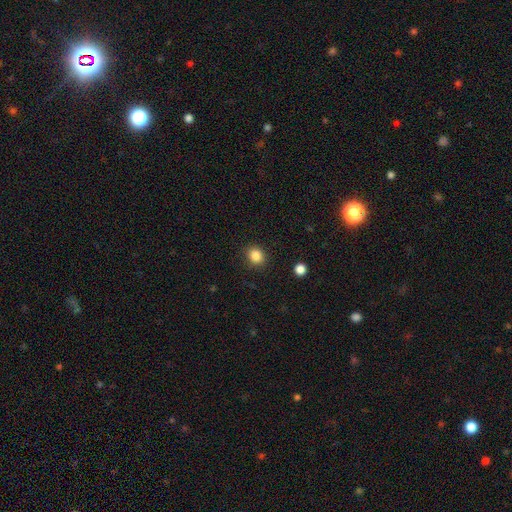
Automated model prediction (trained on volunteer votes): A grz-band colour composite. It shows a smooth galaxy with no disk features (85%) that is round (69%). Merging: none (88%).